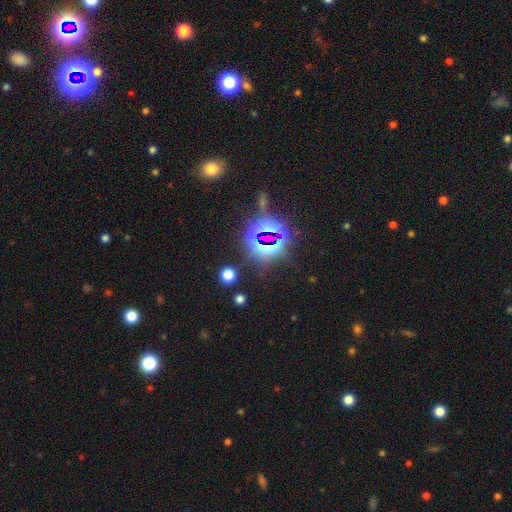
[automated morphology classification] This is clearly a star or artifact rather than a galaxy (81%).